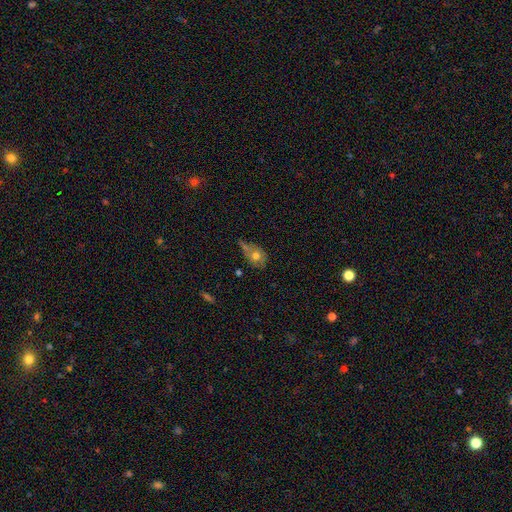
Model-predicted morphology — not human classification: A smooth galaxy with no disk features (60%) that is in between round and cigar-shaped (54%). Merging: none (35%).